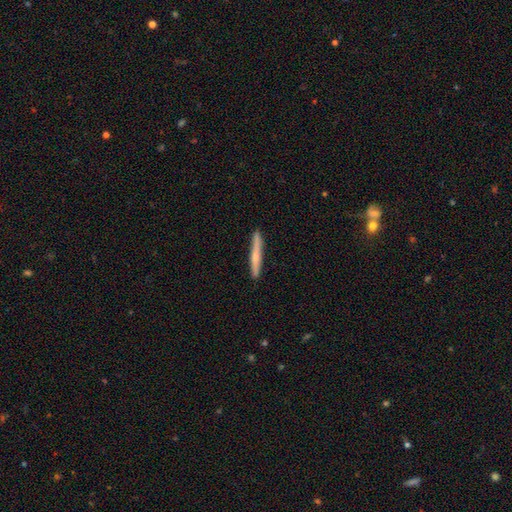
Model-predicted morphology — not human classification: Smooth or featured? smooth (57%)
How rounded? cigar-shaped (96%)
Merging? none (91%)